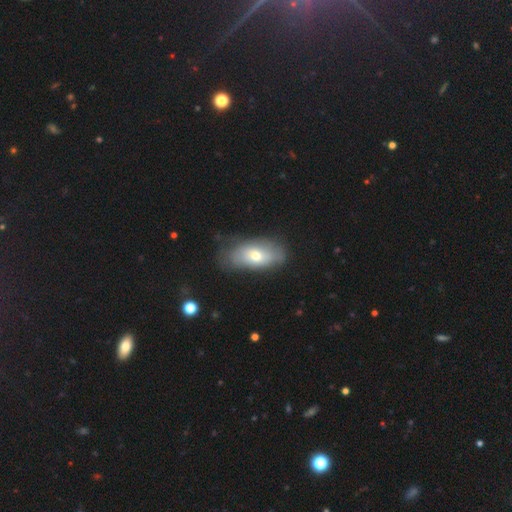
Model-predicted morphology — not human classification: type=smooth (61%); roundness=in between (89%); merging=none (63%).